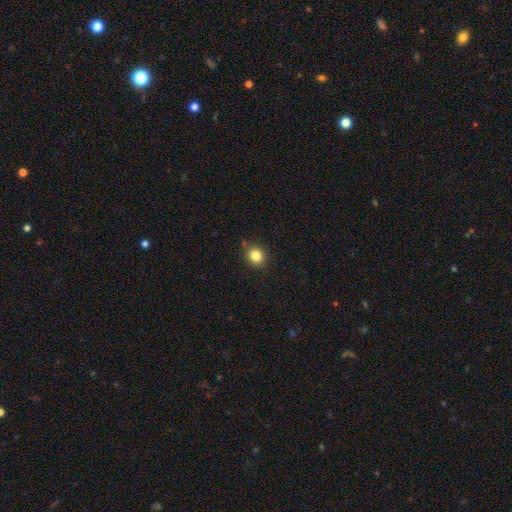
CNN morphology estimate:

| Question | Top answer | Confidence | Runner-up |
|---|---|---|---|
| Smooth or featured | smooth | 83% | star or artifact (11%) |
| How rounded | round | 77% | in between (22%) |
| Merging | none | 83% | minor disturbance (12%) |